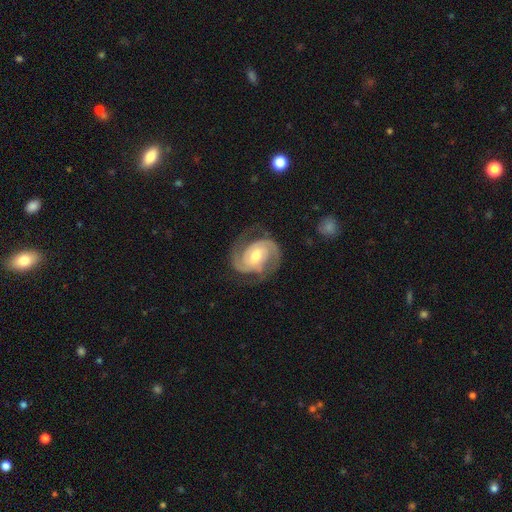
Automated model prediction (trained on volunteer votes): smooth_or_featured: featured or disk (p=0.91) [alt: smooth p=0.05]
disk_edge_on: no (p=0.98) [alt: yes p=0.02]
bar: weak (p=0.42) [alt: no p=0.41]
has_spiral_arms: yes (p=0.98) [alt: no p=0.02]
spiral_winding: tight (p=0.57) [alt: medium p=0.37]
spiral_arm_count: 2 (p=0.85) [alt: 3 p=0.06]
bulge_size: moderate (p=0.71) [alt: small p=0.18]
merging: none (p=0.77) [alt: minor disturbance p=0.15]